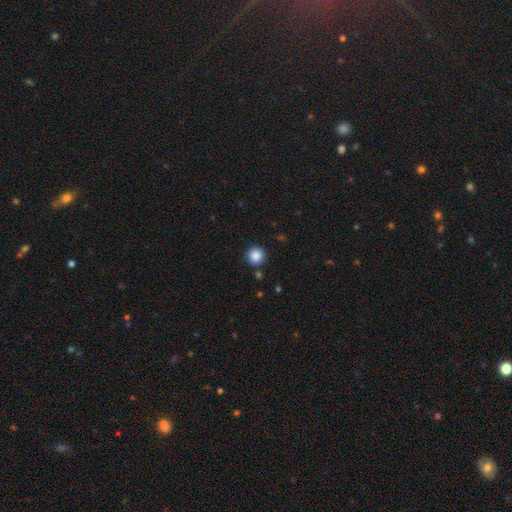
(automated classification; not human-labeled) smooth_or_featured: smooth (p=0.87) [alt: star or artifact p=0.10]
how_rounded: round (p=0.94) [alt: in between p=0.05]
merging: none (p=0.89) [alt: minor disturbance p=0.06]